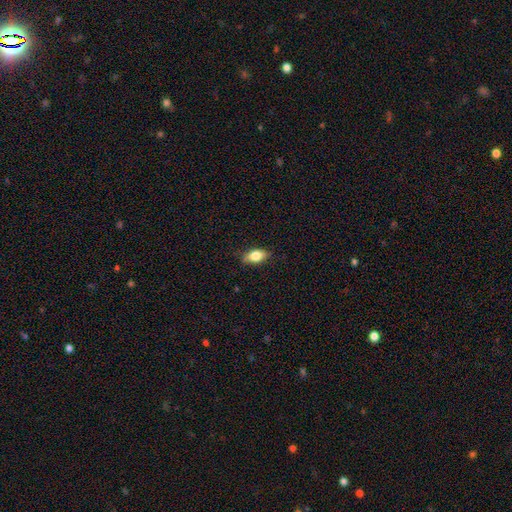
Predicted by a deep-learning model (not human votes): Smooth or featured: smooth — 80% (featured or disk — 12%)
How rounded: in between — 86% (cigar-shaped — 7%)
Merging: none — 82% (minor disturbance — 15%)